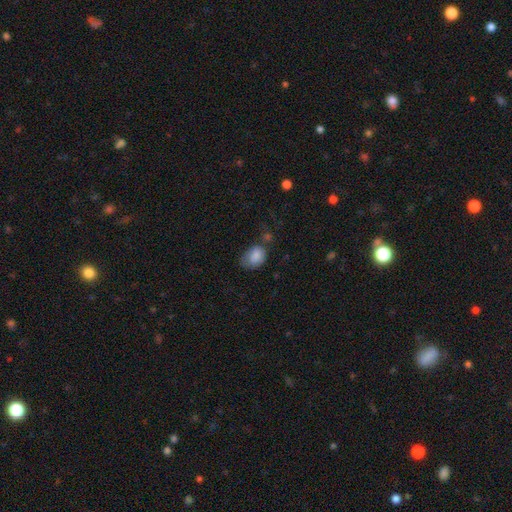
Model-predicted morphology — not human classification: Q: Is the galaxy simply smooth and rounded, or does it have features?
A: smooth — 83%.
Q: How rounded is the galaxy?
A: in between — 75%.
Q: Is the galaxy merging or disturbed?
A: none — 45%.